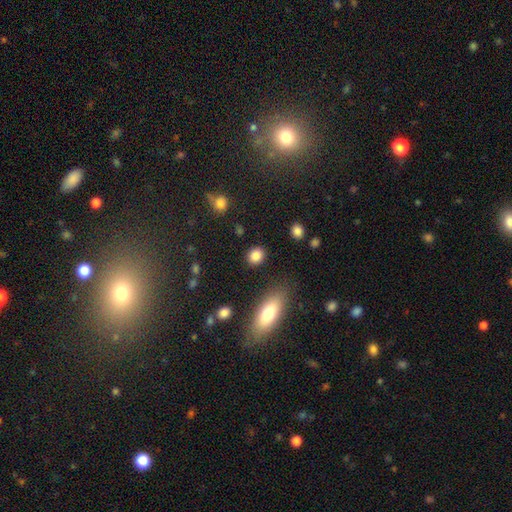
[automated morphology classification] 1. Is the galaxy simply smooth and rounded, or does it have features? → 86% smooth, 9% star or artifact, 5% featured or disk.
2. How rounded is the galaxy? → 68% round, 30% in between, 2% cigar-shaped.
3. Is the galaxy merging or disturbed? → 87% none, 8% minor disturbance, 3% major disturbance, 2% merger.